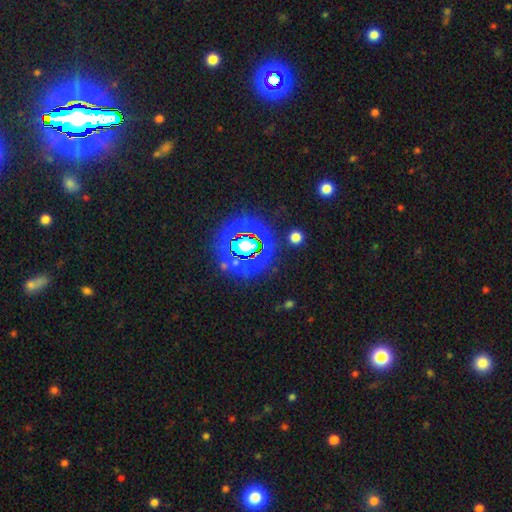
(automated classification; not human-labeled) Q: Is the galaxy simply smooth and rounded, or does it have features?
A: star or artifact — 81%.